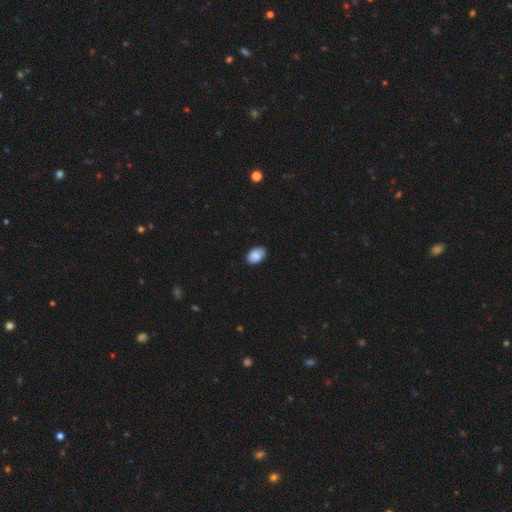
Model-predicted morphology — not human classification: Overall: smooth (87%). How rounded: in between (89%). Merging: none (86%).